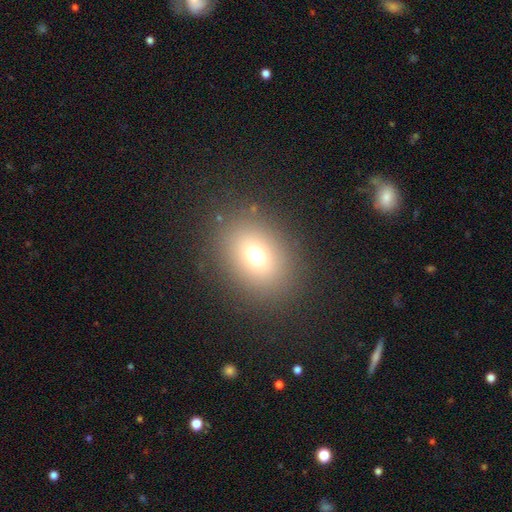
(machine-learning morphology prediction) Smooth or featured? Predicted: smooth (p=0.68). How rounded? Predicted: round (p=0.50). Merging? Predicted: none (p=0.85).